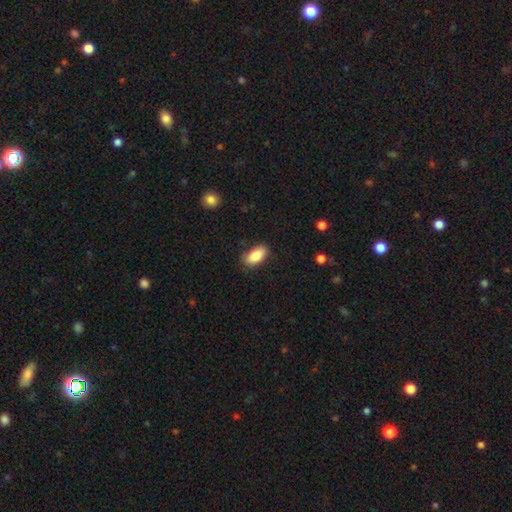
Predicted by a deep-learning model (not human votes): Overall: smooth (85%). How rounded: in between (92%). Merging: none (84%).